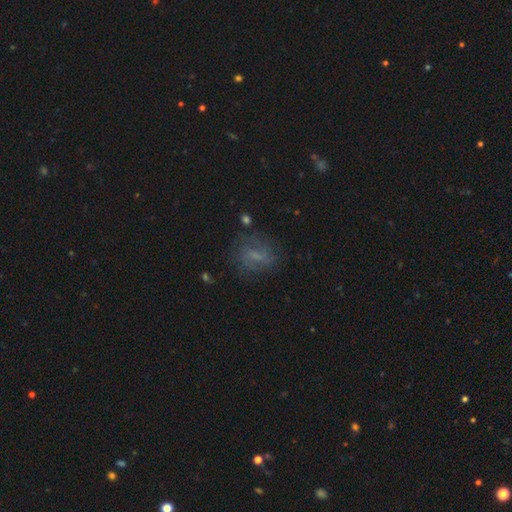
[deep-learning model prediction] This is marginally a featured or disk galaxy (43%). Merging: likely none (67%).